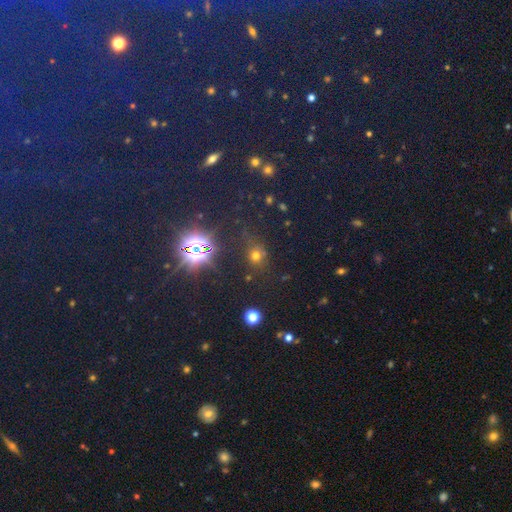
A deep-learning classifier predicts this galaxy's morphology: A smooth galaxy with no disk features (53%) that is round (82%). Merging: none (75%).